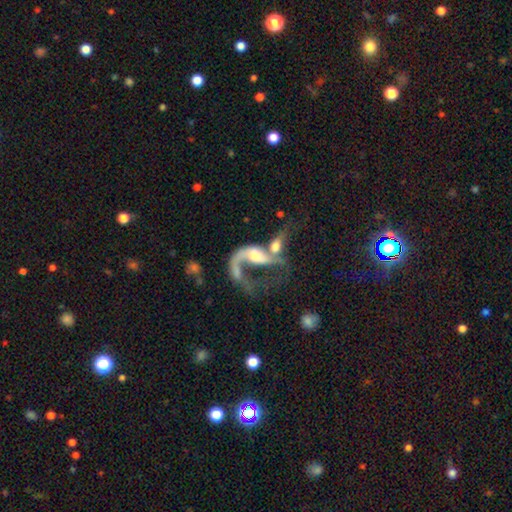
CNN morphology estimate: This appears to be a featured or disk galaxy (72%) with no bar (57%), 1 (64%) loose (77%) spiral arms (77%) and a moderate central bulge (46%). Merging: merger (58%).